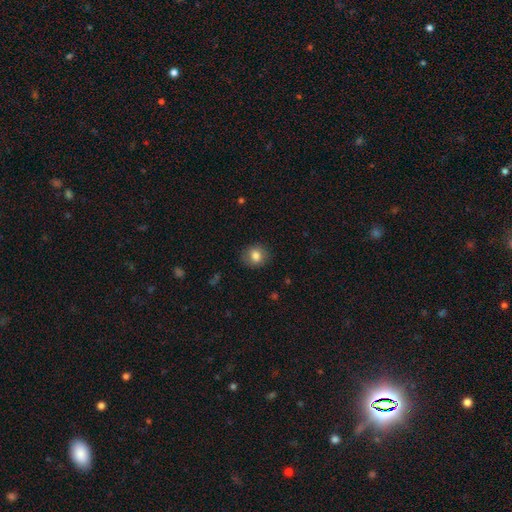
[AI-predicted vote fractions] Smooth or featured?
  - smooth: 82% *
  - star or artifact: 9%
  - featured or disk: 9%
How rounded?
  - round: 76% *
  - in between: 23%
  - cigar-shaped: 1%
Merging?
  - none: 86% *
  - minor disturbance: 11%
  - major disturbance: 3%
  - merger: 1%